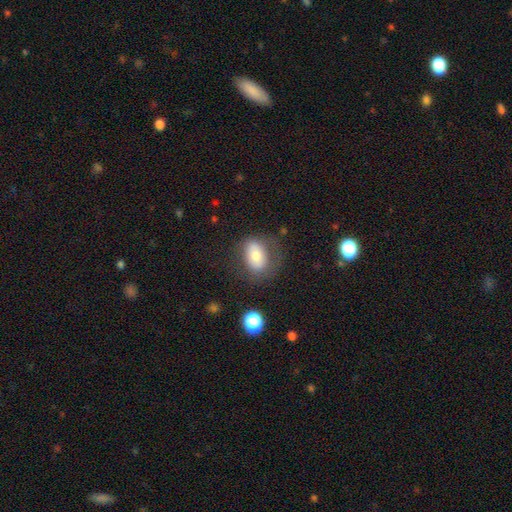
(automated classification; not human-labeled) Smooth or featured?
  - smooth: 68% *
  - featured or disk: 23%
  - star or artifact: 10%
How rounded?
  - in between: 78% *
  - round: 20%
  - cigar-shaped: 2%
Merging?
  - none: 59% *
  - minor disturbance: 22%
  - major disturbance: 16%
  - merger: 3%